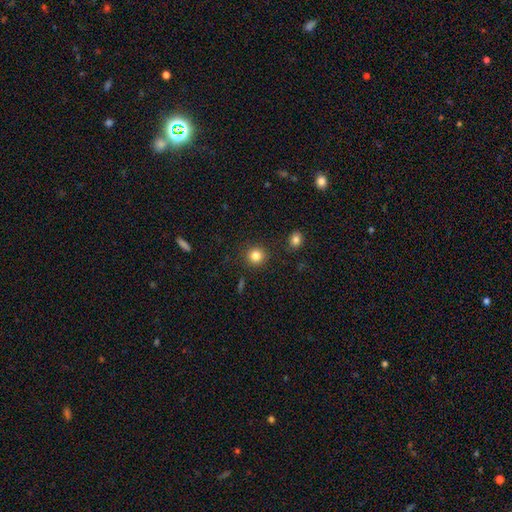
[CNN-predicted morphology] Overall: smooth (83%). How rounded: round (92%). Merging: none (90%).